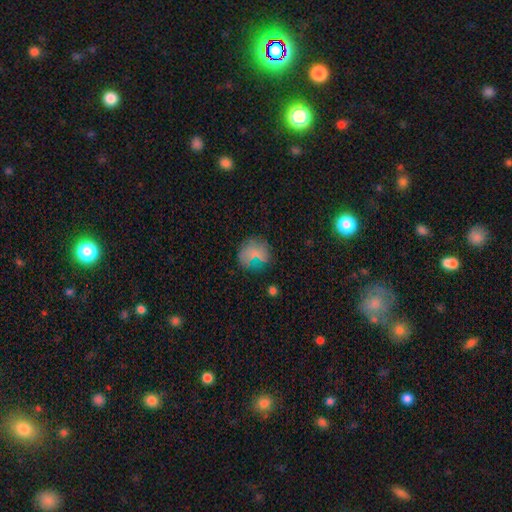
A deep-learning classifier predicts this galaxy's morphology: A smooth galaxy with no disk features (69%) that is round (84%). Merging: none (70%).